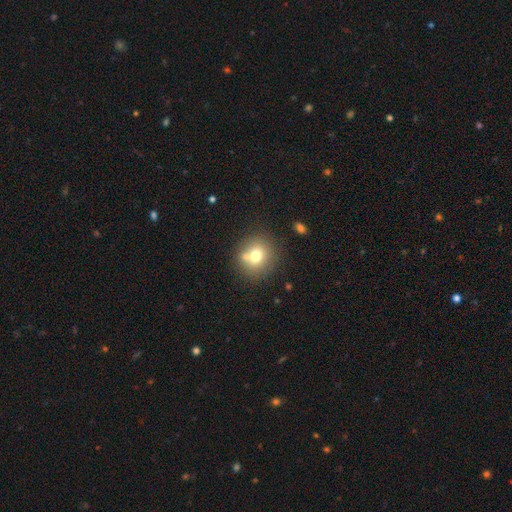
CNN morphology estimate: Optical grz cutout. It shows a smooth galaxy with no disk features (71%) that is round (85%). Merging: none (65%).